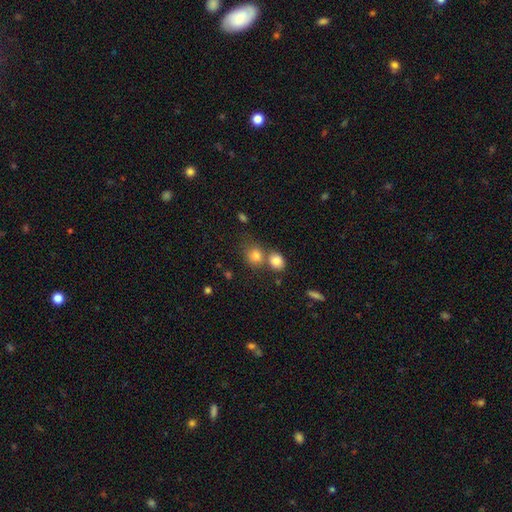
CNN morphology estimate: The model was most divided on "merging": none: 46%, merger: 41%, minor disturbance: 9%, major disturbance: 4%. More confident: smooth or featured — smooth (80%); how rounded — round (74%).